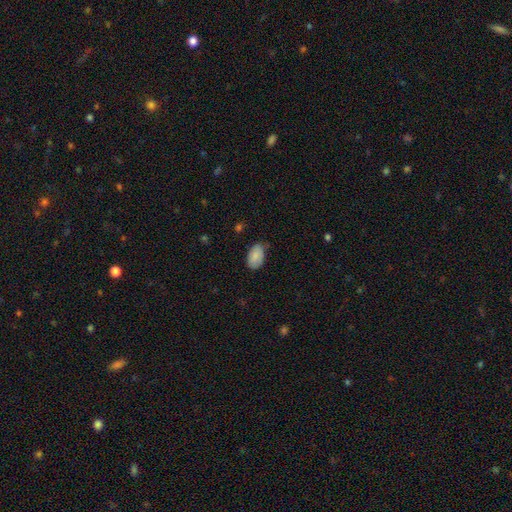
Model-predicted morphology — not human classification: type=smooth (83%); roundness=in between (93%); merging=none (67%).